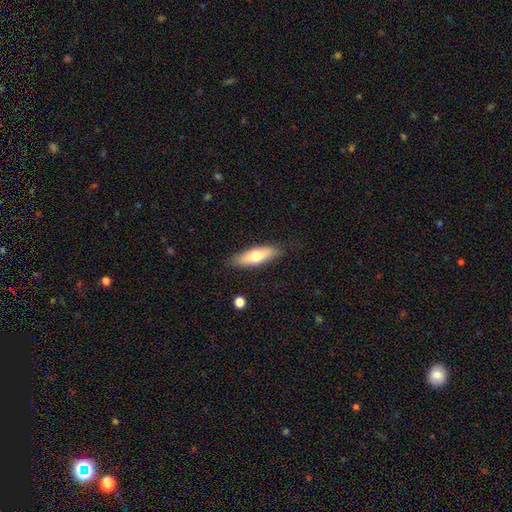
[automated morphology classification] The model was most divided on "how rounded": in between: 53%, cigar-shaped: 45%, round: 2%. More confident: merging — none (84%); smooth or featured — smooth (67%).